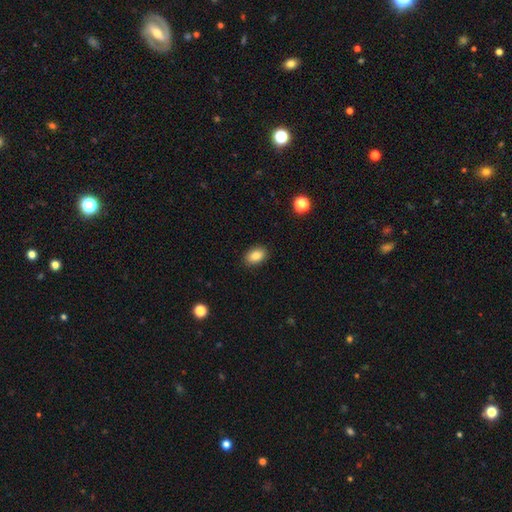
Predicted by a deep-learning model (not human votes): A smooth galaxy with no disk features (85%) that is in between round and cigar-shaped (85%). Merging: none (88%).